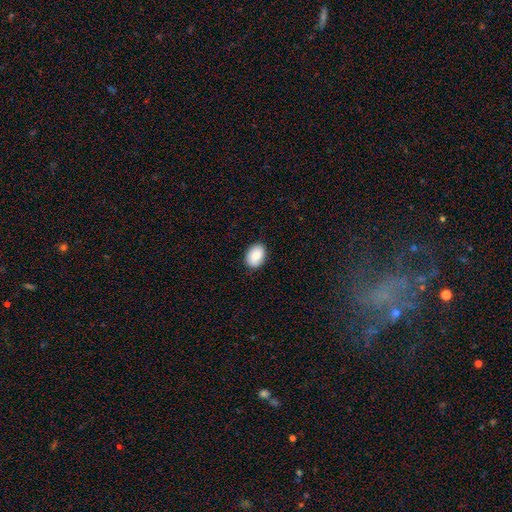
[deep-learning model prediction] Overall: smooth (87%). How rounded: in between (80%). Merging: none (87%).